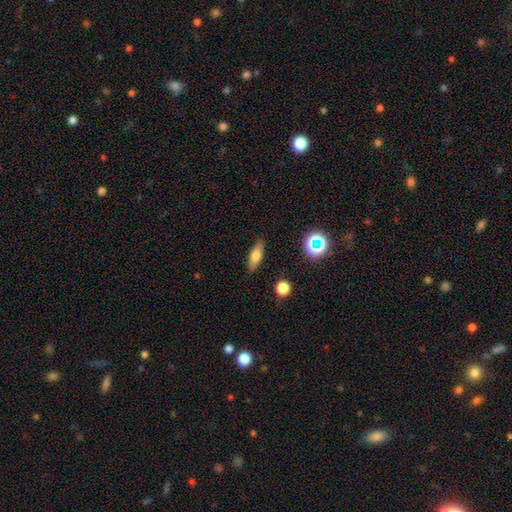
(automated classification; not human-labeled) Smooth or featured? smooth (61%)
How rounded? in between (54%)
Merging? none (87%)